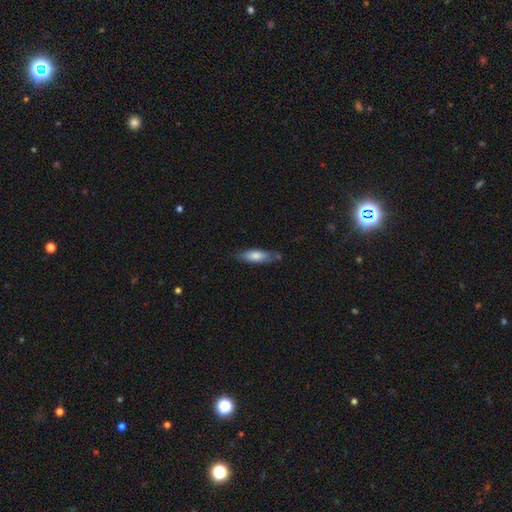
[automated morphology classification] This is likely a smooth galaxy (71%). How rounded: possibly in between (52%). Merging: likely none (71%).